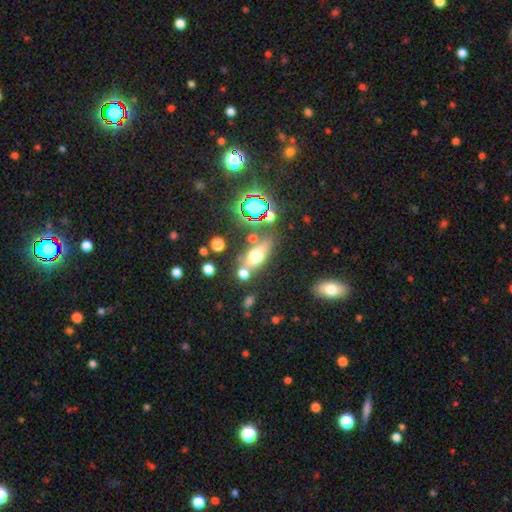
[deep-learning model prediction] This appears to be a smooth galaxy with no disk features (56%) that is in between round and cigar-shaped (61%). Merging: none (63%).